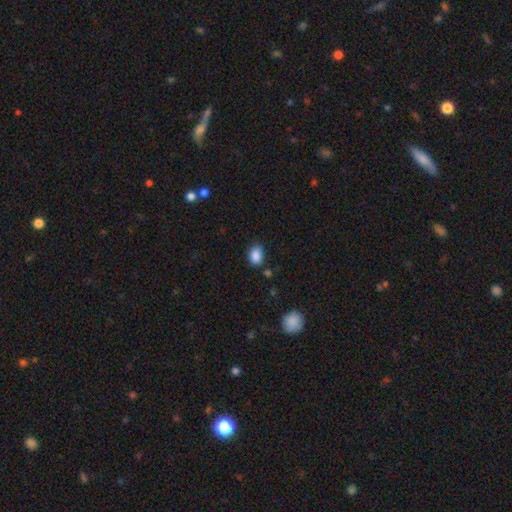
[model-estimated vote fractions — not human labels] Smooth or featured? Predicted: smooth (p=0.87). How rounded? Predicted: in between (p=0.66). Merging? Predicted: none (p=0.76).